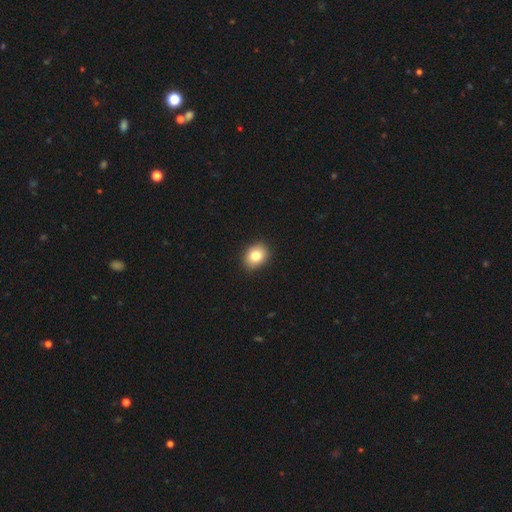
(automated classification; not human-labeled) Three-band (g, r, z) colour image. It shows a smooth galaxy with no disk features (82%) that is in between round and cigar-shaped (58%). Merging: none (89%).